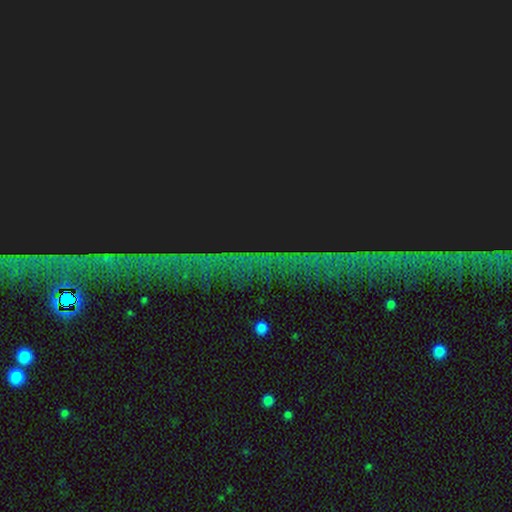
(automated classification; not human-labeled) The model was most divided on "smooth or featured": star or artifact: 83%, smooth: 8%, featured or disk: 8%.